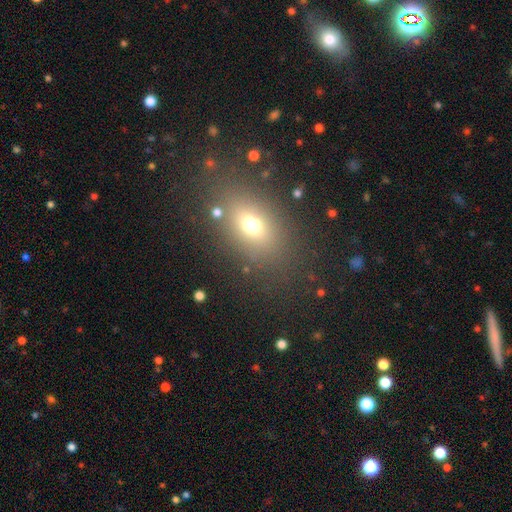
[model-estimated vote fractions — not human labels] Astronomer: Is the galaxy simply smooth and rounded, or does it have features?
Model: smooth — 61%.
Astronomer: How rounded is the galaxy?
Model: in between — 68%.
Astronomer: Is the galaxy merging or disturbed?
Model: none — 83%.